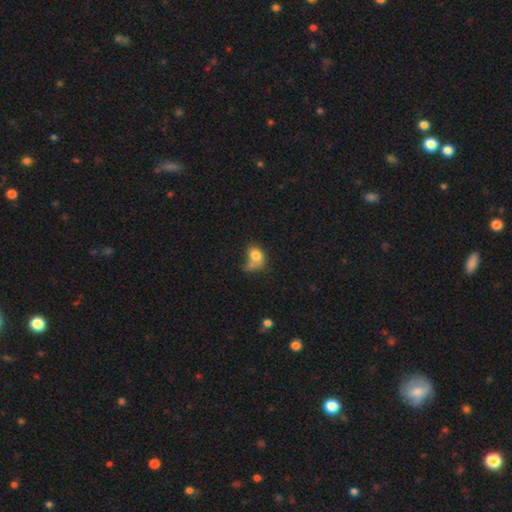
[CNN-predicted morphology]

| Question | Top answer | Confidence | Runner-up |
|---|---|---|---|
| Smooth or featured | smooth | 78% | featured or disk (12%) |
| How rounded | in between | 59% | round (39%) |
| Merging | merger | 30% | none (29%) |